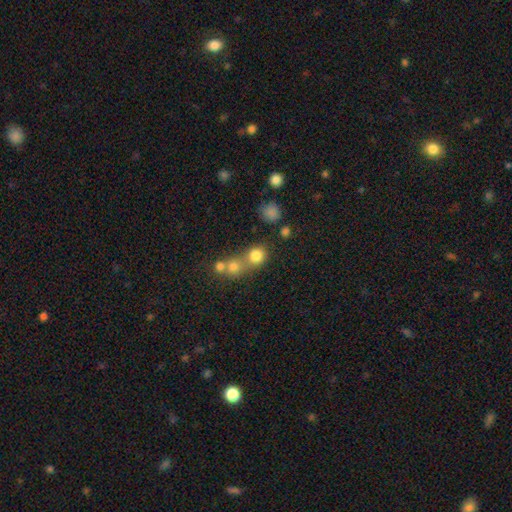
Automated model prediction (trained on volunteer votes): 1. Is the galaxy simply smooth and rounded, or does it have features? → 78% smooth, 14% star or artifact, 8% featured or disk.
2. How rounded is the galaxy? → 85% round, 14% in between, 1% cigar-shaped.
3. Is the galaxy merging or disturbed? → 47% none, 41% merger, 7% minor disturbance, 4% major disturbance.